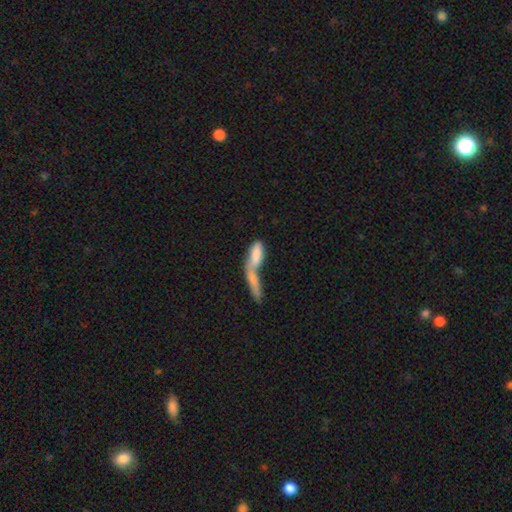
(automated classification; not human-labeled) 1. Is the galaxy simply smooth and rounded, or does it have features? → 75% smooth, 17% featured or disk, 8% star or artifact.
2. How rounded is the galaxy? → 58% in between, 39% cigar-shaped, 3% round.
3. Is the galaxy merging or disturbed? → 71% merger, 15% none, 7% major disturbance, 7% minor disturbance.